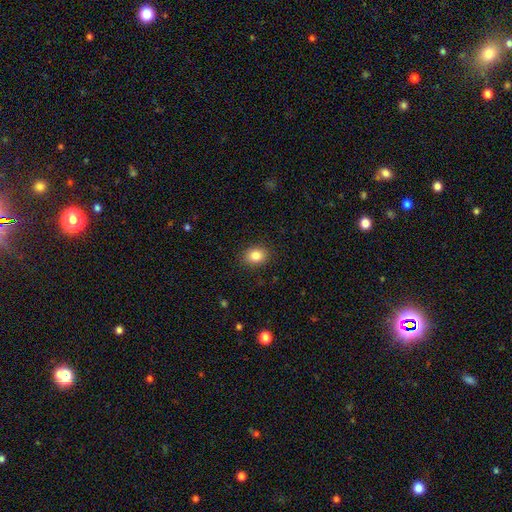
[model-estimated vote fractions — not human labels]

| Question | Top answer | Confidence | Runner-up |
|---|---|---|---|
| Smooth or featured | smooth | 84% | star or artifact (10%) |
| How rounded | in between | 53% | round (46%) |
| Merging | none | 88% | minor disturbance (8%) |